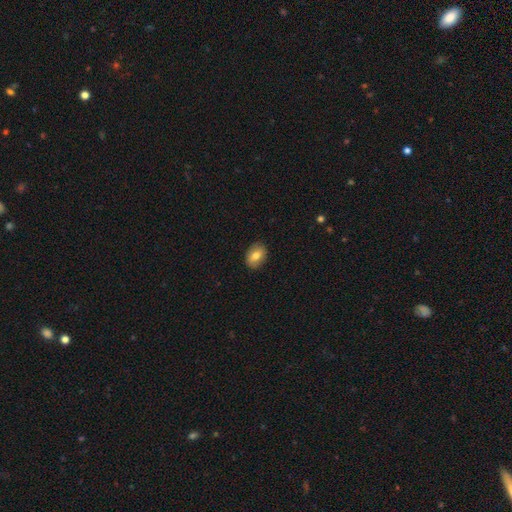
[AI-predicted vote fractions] A smooth galaxy with no disk features (75%) that is in between round and cigar-shaped (76%).

Vote fractions:
- Smooth or featured? smooth: 75% / featured or disk: 17% / star or artifact: 8%
- How rounded? in between: 76% / round: 22% / cigar-shaped: 1%
- Merging? none: 89% / minor disturbance: 9% / major disturbance: 2% / merger: 1%